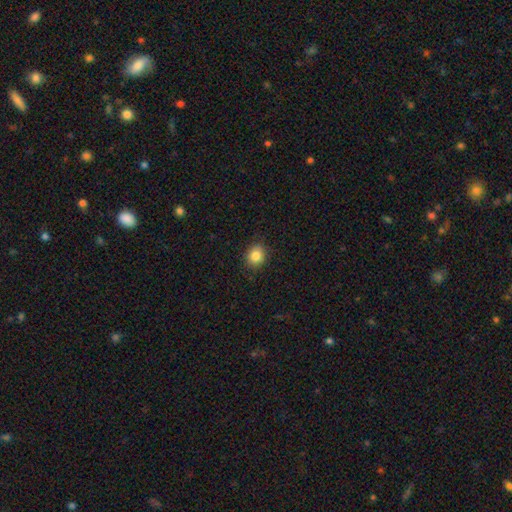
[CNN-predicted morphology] Q: Smooth or featured?
A: smooth (85%); runner-up: star or artifact (10%)
Q: How rounded?
A: round (70%); runner-up: in between (29%)
Q: Merging?
A: none (88%); runner-up: minor disturbance (9%)